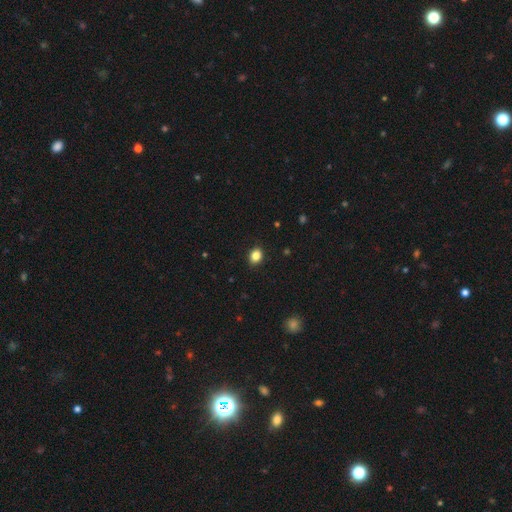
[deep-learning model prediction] Smooth or featured? Predicted: smooth (p=0.85). How rounded? Predicted: in between (p=0.53). Merging? Predicted: none (p=0.89).